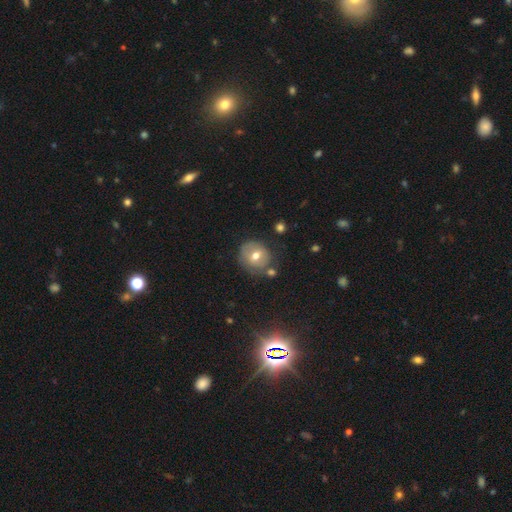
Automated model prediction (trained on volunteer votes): Smooth or featured: smooth — 61% (featured or disk — 29%)
How rounded: round — 84% (in between — 15%)
Merging: none — 67% (minor disturbance — 19%)